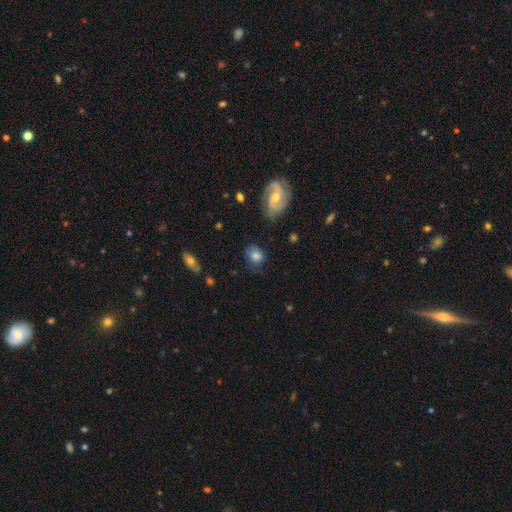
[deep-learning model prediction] Overall: smooth (67%). How rounded: round (53%; in between 45%). Merging: none (66%).